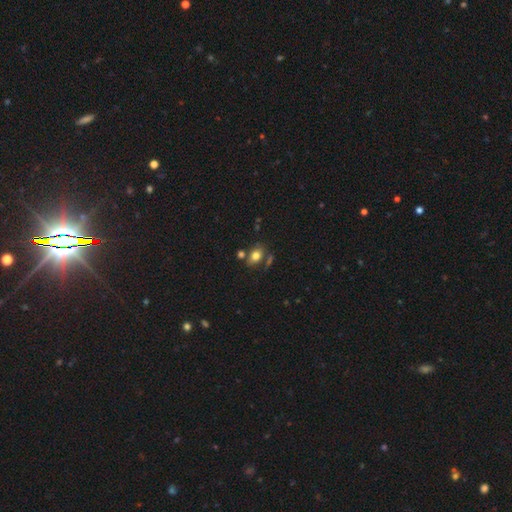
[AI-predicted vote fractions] Overall: smooth (76%). How rounded: in between (74%). Merging: none (62%).